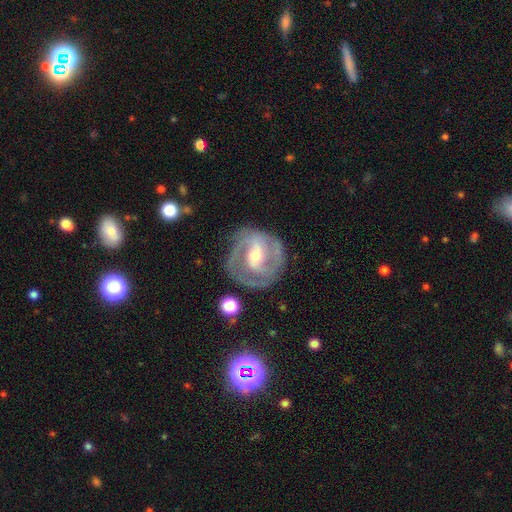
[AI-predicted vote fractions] Overall: featured or disk (85%). Edge-on disk: no (97%). Bar: weak (44%; strong 35%). Spiral arms: yes (92%). Spiral arm count: 2 (62%). Spiral winding: tight (48%; medium 41%). Bulge size: moderate (61%; small 33%). Merging: none (75%).